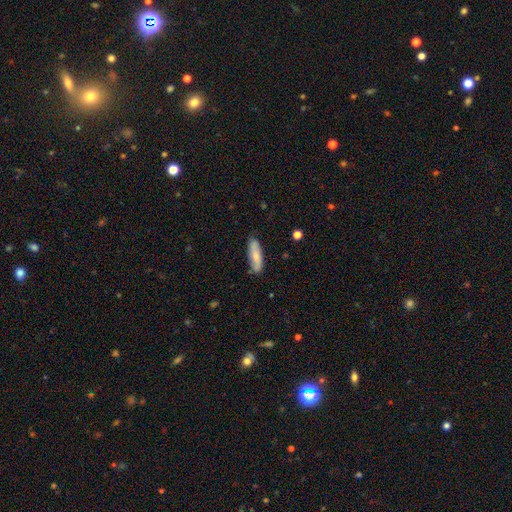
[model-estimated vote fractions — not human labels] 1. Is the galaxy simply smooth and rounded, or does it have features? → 69% smooth, 25% featured or disk, 6% star or artifact.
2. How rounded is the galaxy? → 58% cigar-shaped, 40% in between, 2% round.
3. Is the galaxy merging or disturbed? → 82% none, 14% minor disturbance, 2% major disturbance, 2% merger.